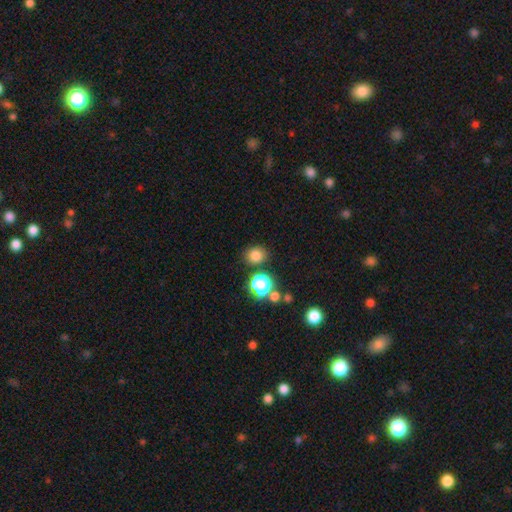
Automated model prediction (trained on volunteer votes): Q: Smooth or featured?
A: smooth (76%); runner-up: star or artifact (18%)
Q: How rounded?
A: round (73%); runner-up: in between (26%)
Q: Merging?
A: none (81%); runner-up: minor disturbance (9%)